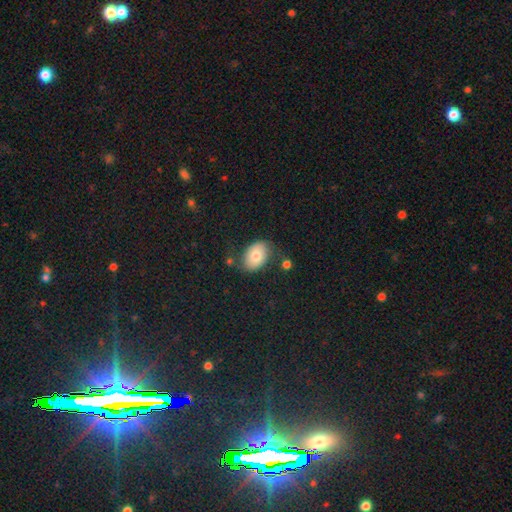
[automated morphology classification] Smooth or featured: smooth — 77% (featured or disk — 15%)
How rounded: in between — 84% (round — 15%)
Merging: none — 72% (minor disturbance — 17%)